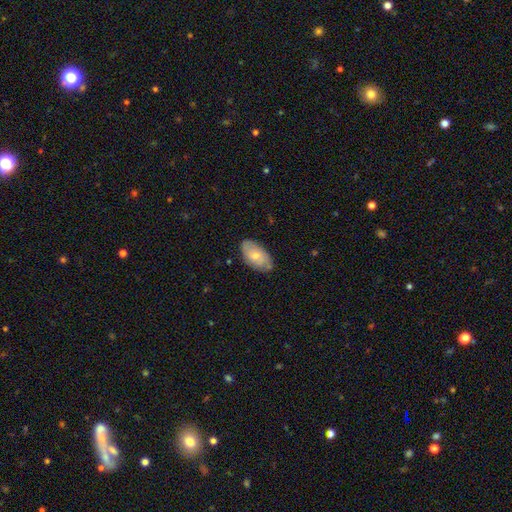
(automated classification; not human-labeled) This appears to be a smooth galaxy with no disk features (61%) that is in between round and cigar-shaped (94%). Merging: none (77%).